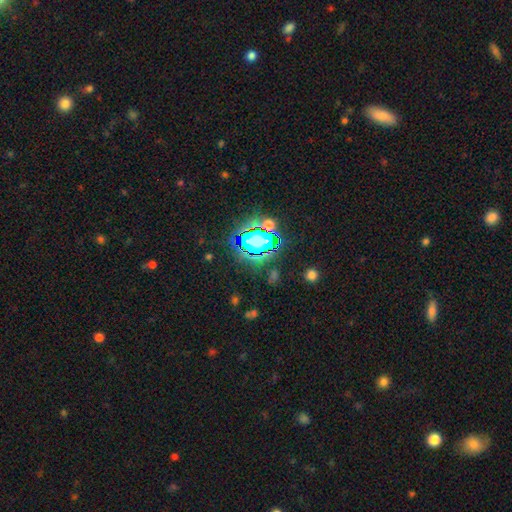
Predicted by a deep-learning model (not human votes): Smooth or featured? Predicted: star or artifact (p=0.78).